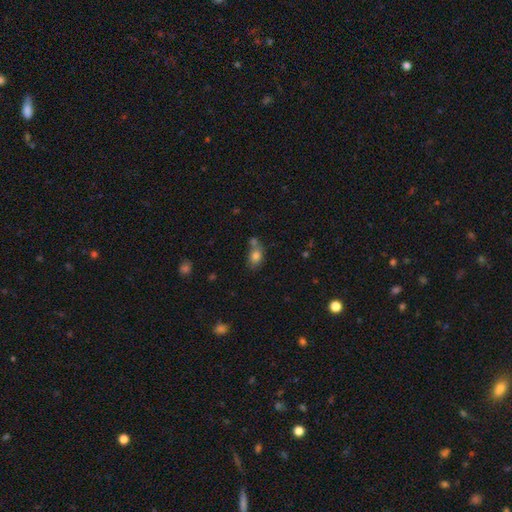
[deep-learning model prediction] The model was most divided on "merging": none: 45%, merger: 32%, minor disturbance: 17%, major disturbance: 6%. More confident: smooth or featured — smooth (79%); how rounded — in between (75%).